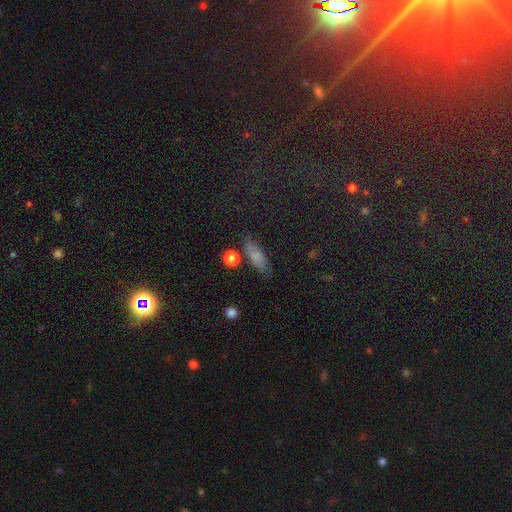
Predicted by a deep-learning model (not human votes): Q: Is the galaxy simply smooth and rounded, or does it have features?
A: smooth — 72%.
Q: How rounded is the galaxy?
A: in between — 53%.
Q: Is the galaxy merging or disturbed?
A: none — 74%.